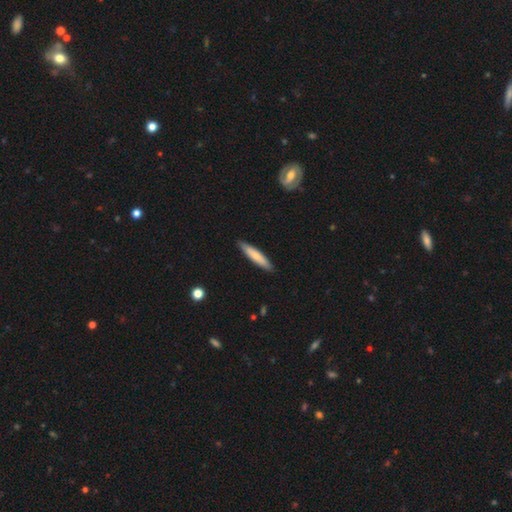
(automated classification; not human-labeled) smooth 72%, featured or disk 23%, star or artifact 5%. Down the decision tree: how rounded — cigar-shaped (87%); merging — none (89%).